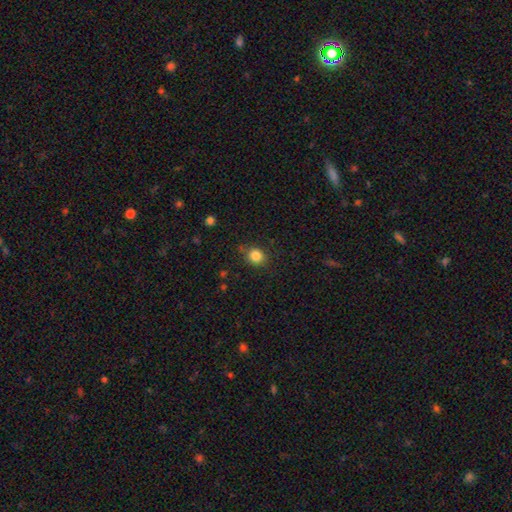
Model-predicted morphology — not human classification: Smooth or featured? smooth (84%)
How rounded? round (80%)
Merging? none (80%)